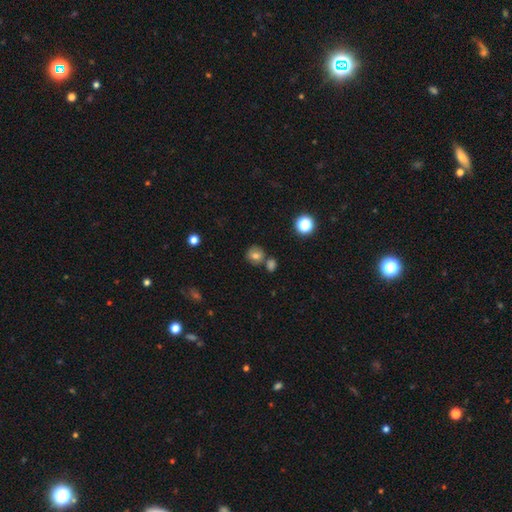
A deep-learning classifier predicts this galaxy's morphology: Smooth or featured?
  - smooth: 73% *
  - star or artifact: 14%
  - featured or disk: 12%
How rounded?
  - round: 83% *
  - in between: 16%
  - cigar-shaped: 1%
Merging?
  - none: 66% *
  - merger: 18%
  - minor disturbance: 12%
  - major disturbance: 4%